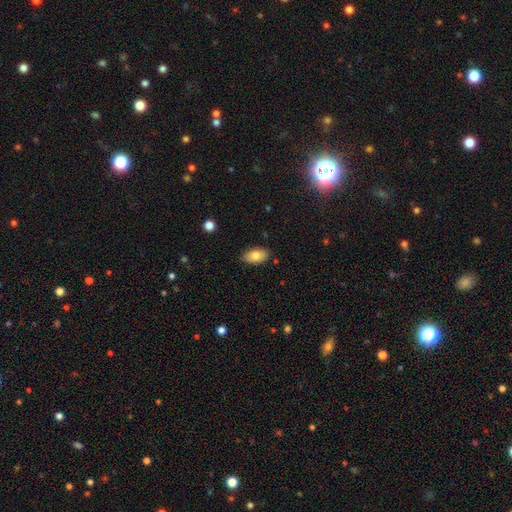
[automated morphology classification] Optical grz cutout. It shows a smooth galaxy with no disk features (83%) that is in between round and cigar-shaped (94%). Merging: none (84%).